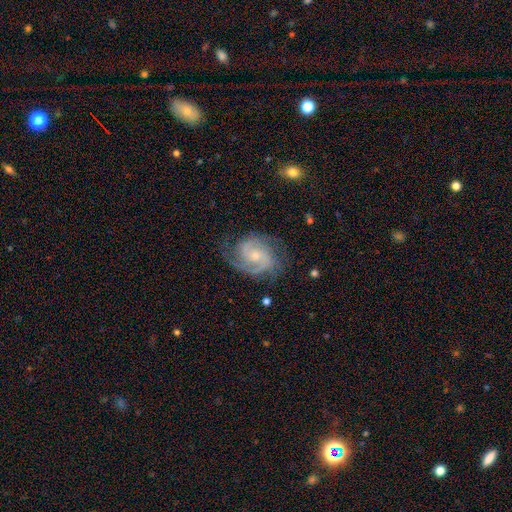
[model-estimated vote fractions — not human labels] A featured or disk galaxy (89%) with no bar (58%), 2 (77%) medium (49%) spiral arms (98%) and a small central bulge (64%).

Vote fractions:
- Smooth or featured? featured or disk: 89% / smooth: 6% / star or artifact: 5%
- Edge-on disk? no: 98% / yes: 2%
- Bar? no: 58% / weak: 35% / strong: 7%
- Spiral arms? yes: 98% / no: 2%
- Spiral winding? medium: 49% / tight: 41% / loose: 11%
- Spiral arm count? 2: 77% / 3: 11% / can't tell: 6% / 1: 3% / 4: 2% / more than 4: 2%
- Bulge size? small: 64% / moderate: 32% / none: 3% / large: 1% / dominant: 1%
- Merging? none: 75% / minor disturbance: 17% / major disturbance: 7% / merger: 1%